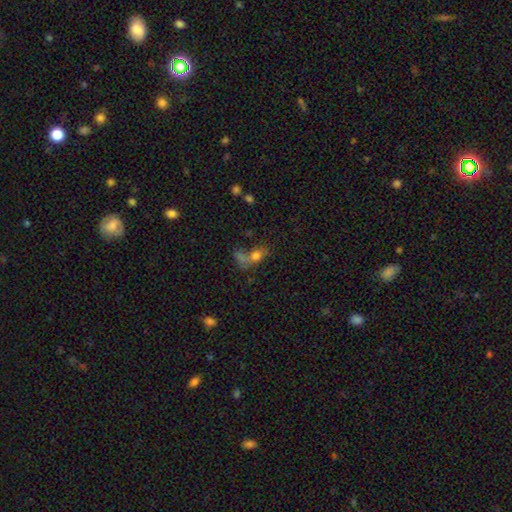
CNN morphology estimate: A smooth galaxy with no disk features (67%) that is in between round and cigar-shaped (67%). Merging: merger (45%).